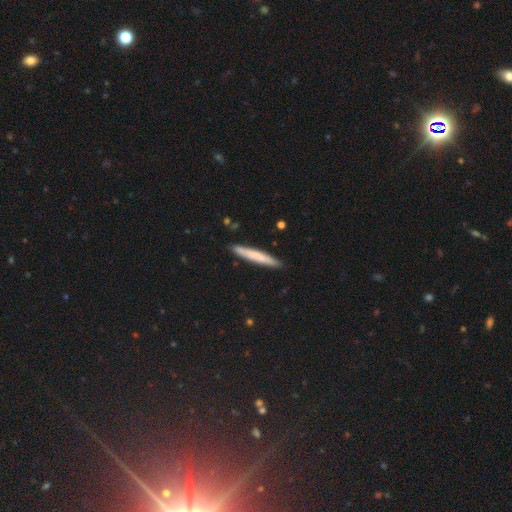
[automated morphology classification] smooth 65%, featured or disk 29%, star or artifact 6%. Down the decision tree: how rounded — cigar-shaped (95%); merging — none (88%).